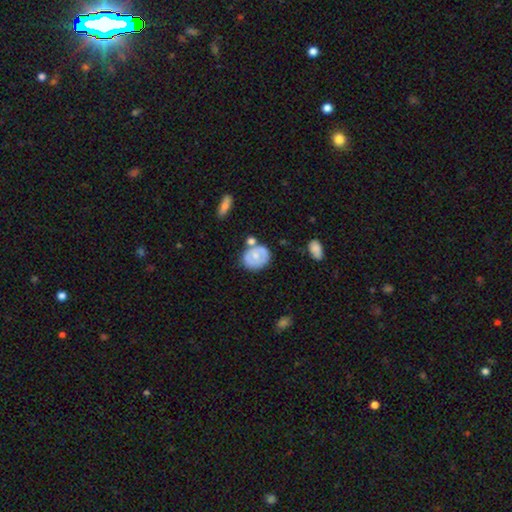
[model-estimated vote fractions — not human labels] Smooth or featured? smooth (53%)
How rounded? round (57%)
Merging? none (58%)